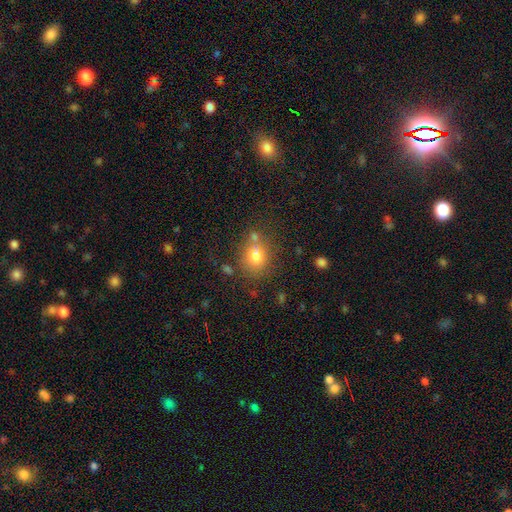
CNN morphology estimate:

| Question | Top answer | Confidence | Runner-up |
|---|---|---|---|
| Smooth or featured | smooth | 77% | star or artifact (12%) |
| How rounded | round | 80% | in between (19%) |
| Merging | none | 64% | merger (16%) |